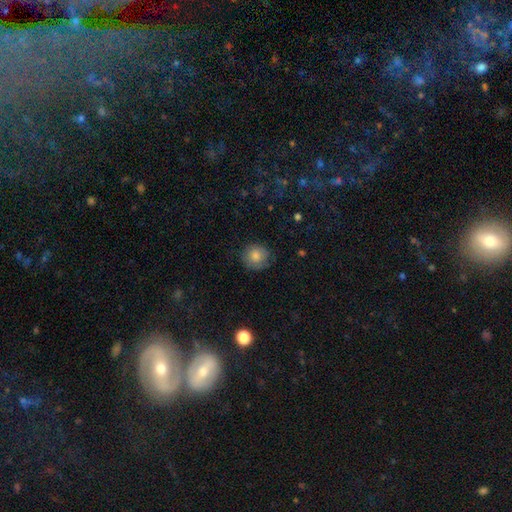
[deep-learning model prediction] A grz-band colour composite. It shows a smooth galaxy with no disk features (82%) that is round (88%). Merging: none (77%).